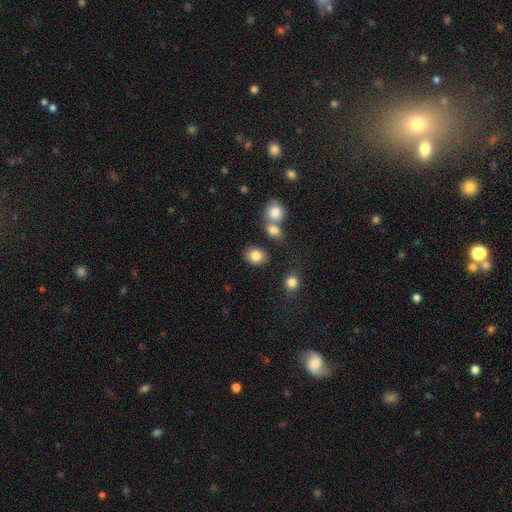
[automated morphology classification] A smooth galaxy with no disk features (84%) that is in between round and cigar-shaped (58%).

Vote fractions:
- Smooth or featured? smooth: 84% / star or artifact: 9% / featured or disk: 7%
- How rounded? in between: 58% / round: 41% / cigar-shaped: 1%
- Merging? none: 76% / minor disturbance: 11% / merger: 9% / major disturbance: 4%